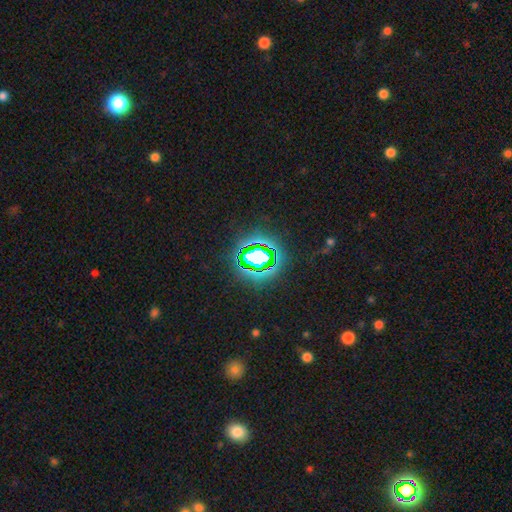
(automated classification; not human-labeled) Smooth or featured?
  - star or artifact: 70% *
  - smooth: 18%
  - featured or disk: 11%